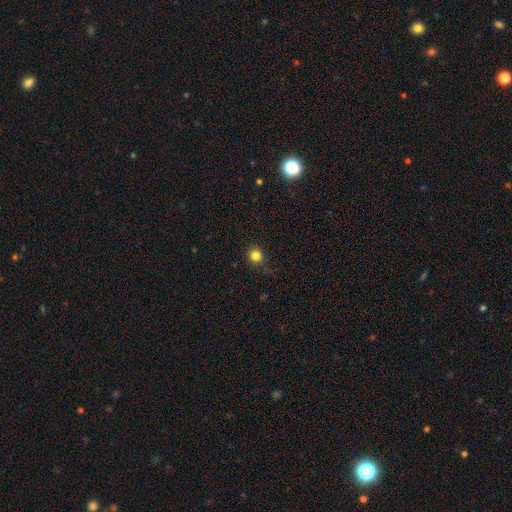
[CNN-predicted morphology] Smooth or featured? Predicted: smooth (p=0.83). How rounded? Predicted: round (p=0.90). Merging? Predicted: none (p=0.84).